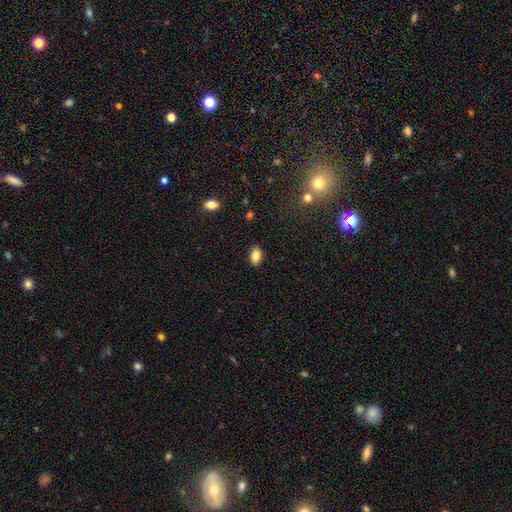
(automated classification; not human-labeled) smooth-or-featured: smooth: 85% | star or artifact: 9% | featured or disk: 6%
  how-rounded: in between: 87% | round: 11% | cigar-shaped: 2%
  merging: none: 88% | minor disturbance: 9% | major disturbance: 2% | merger: 1%